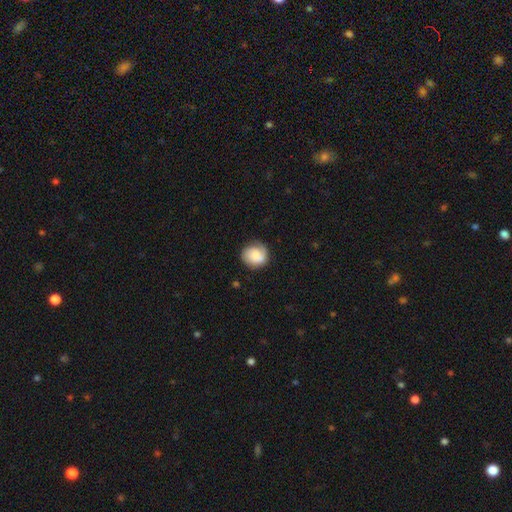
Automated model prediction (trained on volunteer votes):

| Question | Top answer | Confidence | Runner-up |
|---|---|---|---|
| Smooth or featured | smooth | 65% | featured or disk (27%) |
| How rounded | round | 84% | in between (15%) |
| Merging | none | 72% | minor disturbance (20%) |